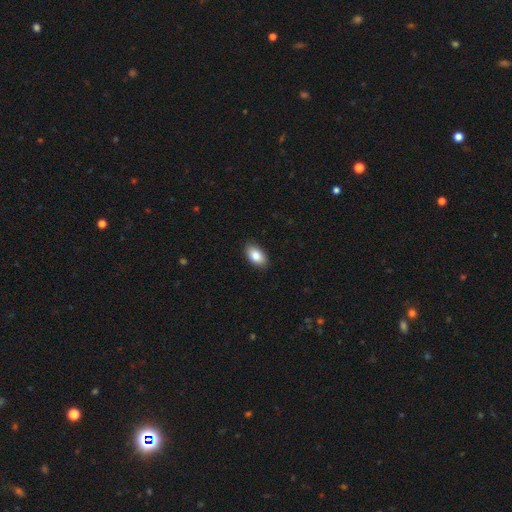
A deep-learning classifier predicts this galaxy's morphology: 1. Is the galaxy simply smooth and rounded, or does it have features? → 85% smooth, 8% featured or disk, 7% star or artifact.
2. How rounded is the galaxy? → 93% in between, 5% round, 2% cigar-shaped.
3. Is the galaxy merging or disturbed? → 89% none, 9% minor disturbance, 2% major disturbance, 1% merger.